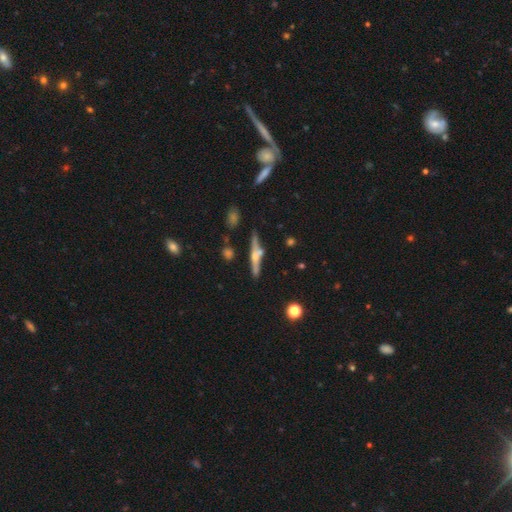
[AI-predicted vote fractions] A featured or disk galaxy (58%) viewed edge-on (92%) with a rounded central bulge (83%). Merging: none (68%).